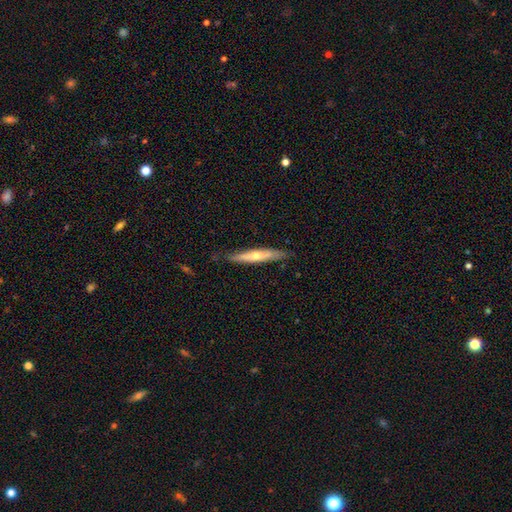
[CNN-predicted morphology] This is possibly a featured or disk galaxy (50%). Merging: clearly none (82%).